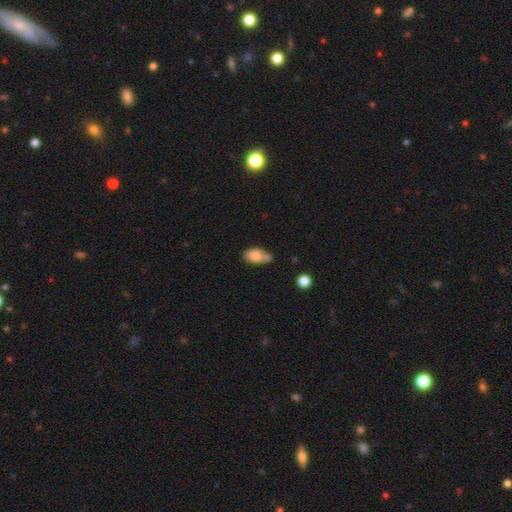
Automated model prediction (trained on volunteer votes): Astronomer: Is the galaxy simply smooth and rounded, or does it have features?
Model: smooth — 80%.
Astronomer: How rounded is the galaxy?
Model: in between — 86%.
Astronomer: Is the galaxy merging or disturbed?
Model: none — 41% (runner-up: minor disturbance, 27%).